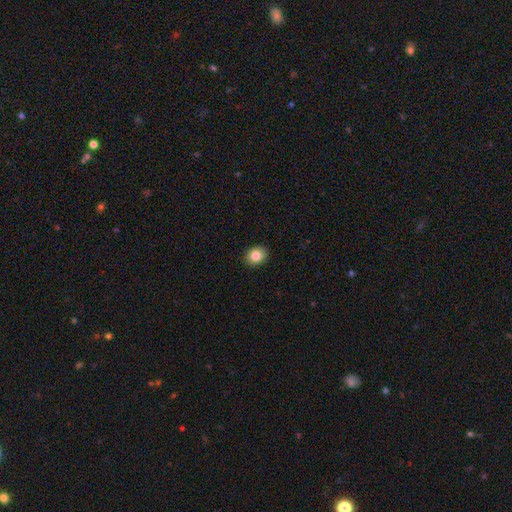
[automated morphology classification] The model was most divided on "how rounded": round: 54%, in between: 45%, cigar-shaped: 1%. More confident: merging — none (90%); smooth or featured — smooth (83%).